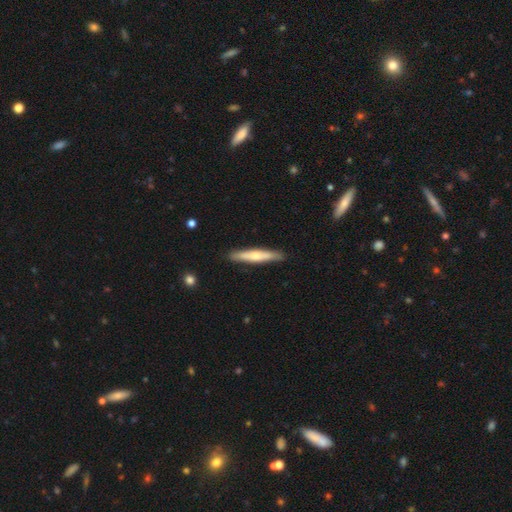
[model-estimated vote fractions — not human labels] The model was most divided on "smooth or featured": smooth: 49%, featured or disk: 46%, star or artifact: 5%. More confident: merging — none (89%).